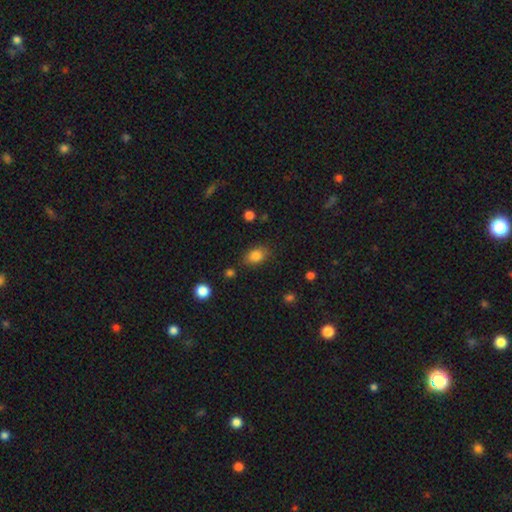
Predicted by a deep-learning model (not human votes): Smooth or featured?
  - smooth: 84% *
  - star or artifact: 9%
  - featured or disk: 7%
How rounded?
  - in between: 76% *
  - round: 22%
  - cigar-shaped: 1%
Merging?
  - none: 78% *
  - minor disturbance: 15%
  - major disturbance: 4%
  - merger: 3%